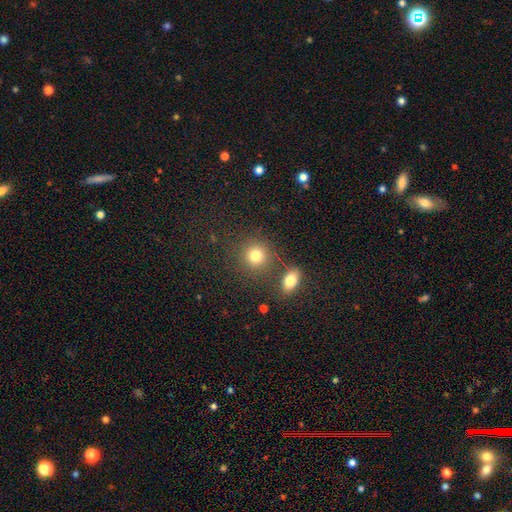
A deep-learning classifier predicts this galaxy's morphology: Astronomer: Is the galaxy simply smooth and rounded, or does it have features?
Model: smooth — 80%.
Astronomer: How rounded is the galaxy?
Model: round — 87%.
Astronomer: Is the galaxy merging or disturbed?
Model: none — 78%.